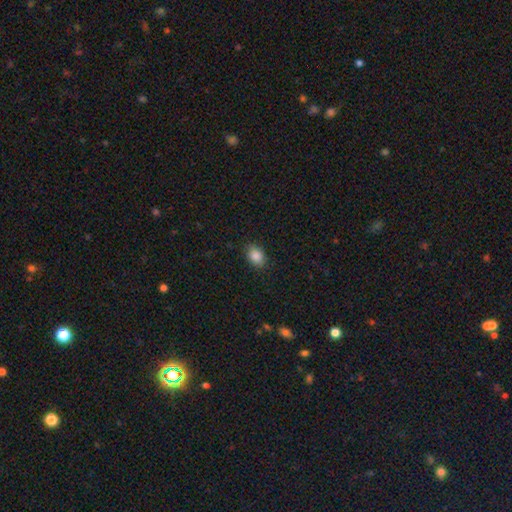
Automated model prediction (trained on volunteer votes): A smooth galaxy with no disk features (87%) that is in between round and cigar-shaped (77%).

Vote fractions:
- Smooth or featured? smooth: 87% / star or artifact: 8% / featured or disk: 4%
- How rounded? in between: 77% / round: 22% / cigar-shaped: 1%
- Merging? none: 86% / minor disturbance: 11% / major disturbance: 3% / merger: 1%